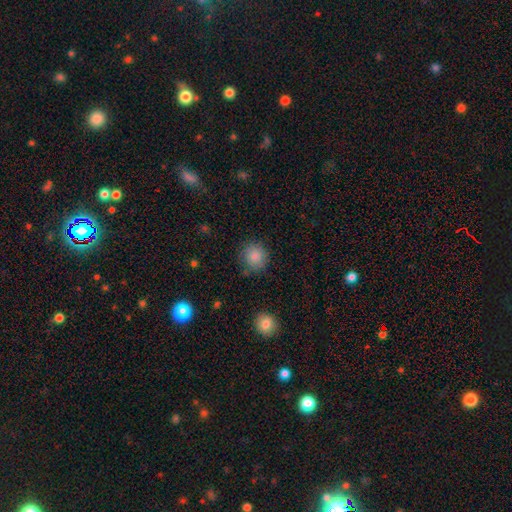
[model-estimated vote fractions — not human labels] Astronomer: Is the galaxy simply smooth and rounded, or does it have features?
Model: smooth — 86%.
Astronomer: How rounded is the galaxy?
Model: round — 91%.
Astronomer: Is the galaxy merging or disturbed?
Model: none — 84%.